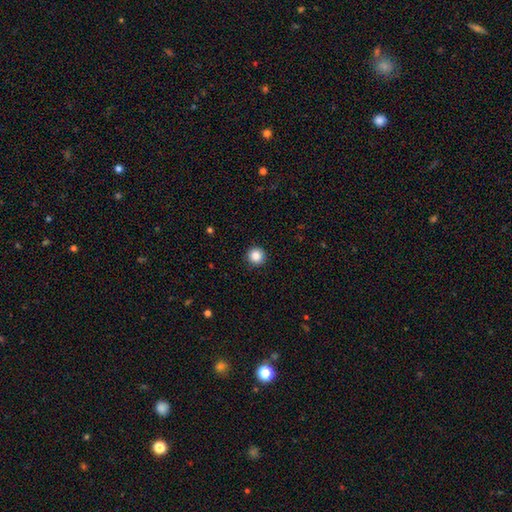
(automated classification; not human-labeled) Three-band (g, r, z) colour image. It shows a smooth galaxy with no disk features (86%) that is round (96%). Merging: none (93%).